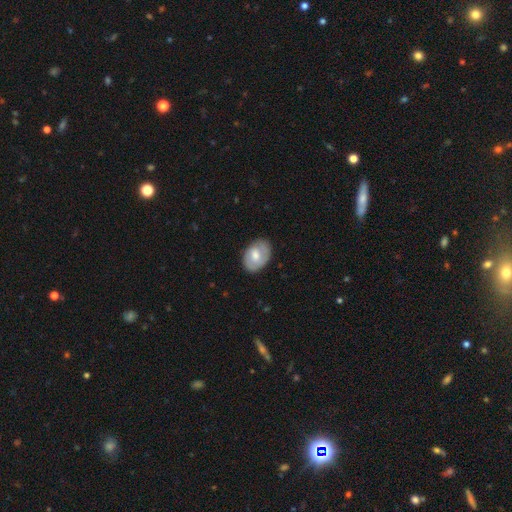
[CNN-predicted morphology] Q: Smooth or featured?
A: smooth (56%); runner-up: featured or disk (38%)
Q: How rounded?
A: in between (80%); runner-up: round (19%)
Q: Merging?
A: none (76%); runner-up: minor disturbance (18%)